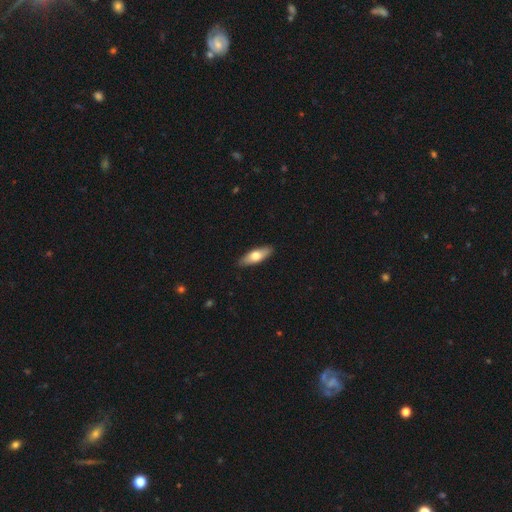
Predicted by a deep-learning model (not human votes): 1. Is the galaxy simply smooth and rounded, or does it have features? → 66% smooth, 29% featured or disk, 5% star or artifact.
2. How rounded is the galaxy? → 61% in between, 36% cigar-shaped, 2% round.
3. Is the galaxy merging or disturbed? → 89% none, 8% minor disturbance, 2% major disturbance, 1% merger.